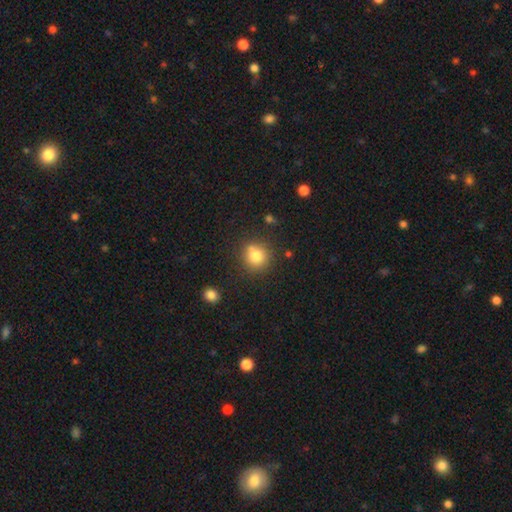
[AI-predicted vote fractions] Q: Smooth or featured?
A: smooth (79%); runner-up: star or artifact (12%)
Q: How rounded?
A: round (89%); runner-up: in between (11%)
Q: Merging?
A: none (70%); runner-up: merger (14%)